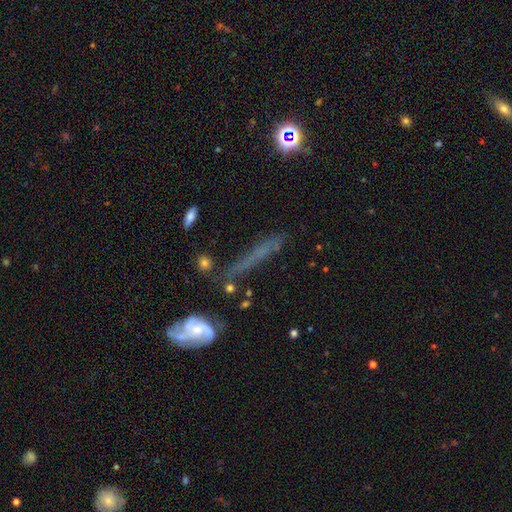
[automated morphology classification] smooth_or_featured: featured or disk (p=0.42) [alt: smooth p=0.37]
merging: none (p=0.59) [alt: minor disturbance p=0.21]